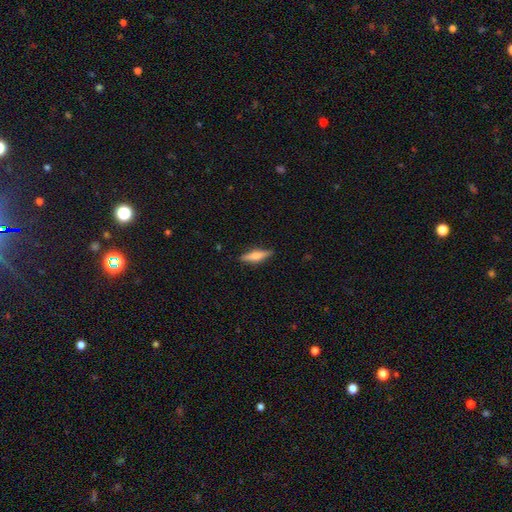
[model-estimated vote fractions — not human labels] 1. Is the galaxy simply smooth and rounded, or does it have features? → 50% smooth, 43% featured or disk, 7% star or artifact.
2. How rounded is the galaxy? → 68% cigar-shaped, 29% in between, 3% round.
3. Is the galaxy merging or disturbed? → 88% none, 9% minor disturbance, 2% major disturbance, 1% merger.